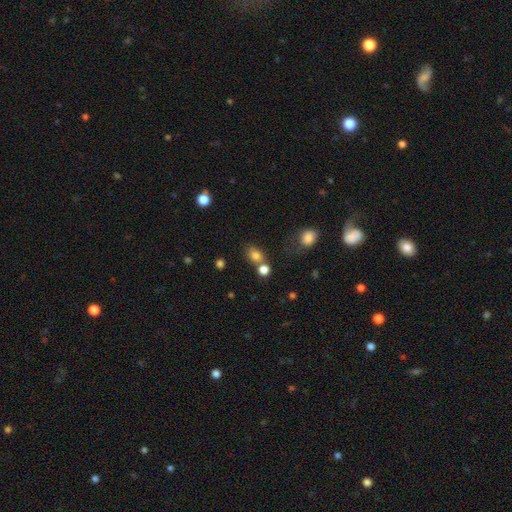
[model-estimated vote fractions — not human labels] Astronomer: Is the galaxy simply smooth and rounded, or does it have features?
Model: smooth — 79%.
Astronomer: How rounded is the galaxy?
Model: in between — 52% (runner-up: round, 47%).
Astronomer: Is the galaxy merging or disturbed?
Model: none — 56%.